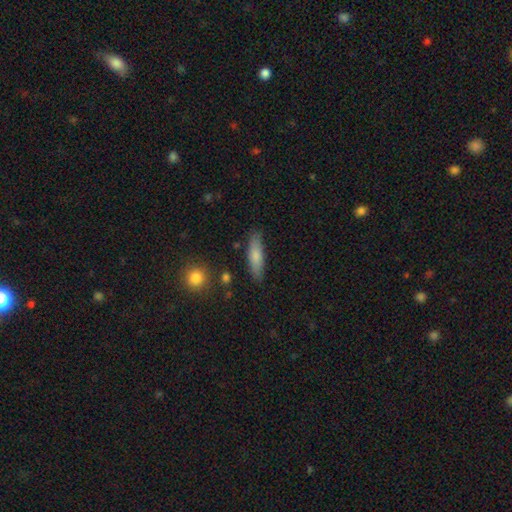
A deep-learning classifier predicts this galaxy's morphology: A smooth galaxy with no disk features (76%) that is cigar-shaped (60%).

Vote fractions:
- Smooth or featured? smooth: 76% / featured or disk: 18% / star or artifact: 6%
- How rounded? cigar-shaped: 60% / in between: 38% / round: 2%
- Merging? none: 83% / minor disturbance: 12% / major disturbance: 3% / merger: 2%